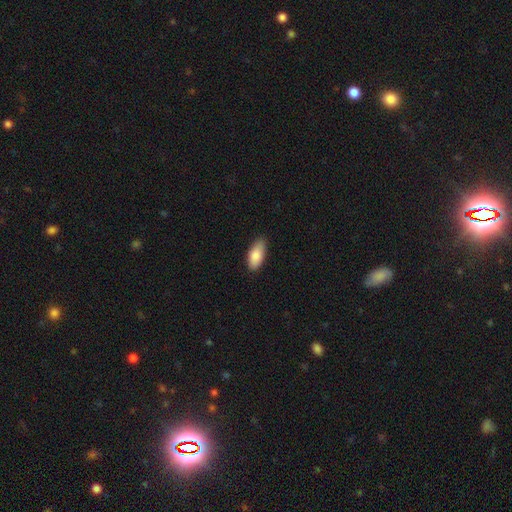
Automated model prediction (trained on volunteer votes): Smooth or featured: smooth — 85% (featured or disk — 9%)
How rounded: in between — 88% (cigar-shaped — 10%)
Merging: none — 81% (minor disturbance — 16%)